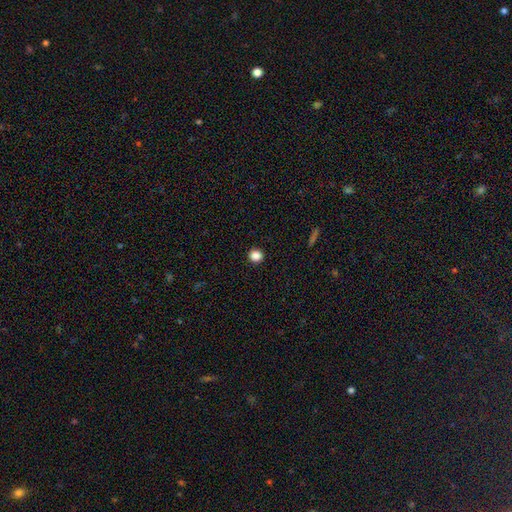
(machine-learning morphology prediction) smooth_or_featured: smooth (p=0.86) [alt: star or artifact p=0.11]
how_rounded: round (p=0.93) [alt: in between p=0.06]
merging: none (p=0.93) [alt: minor disturbance p=0.05]